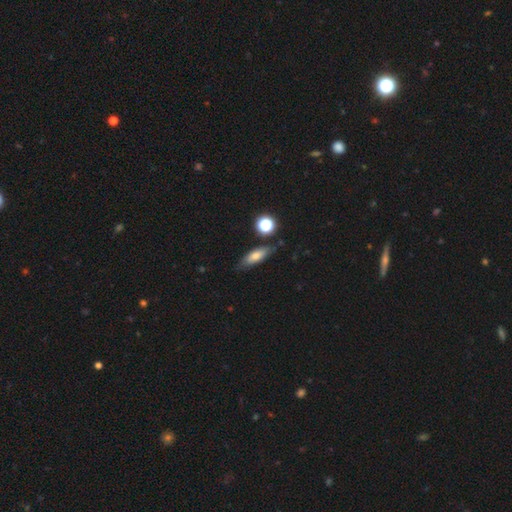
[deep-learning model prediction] Smooth or featured?
  - smooth: 69% *
  - featured or disk: 21%
  - star or artifact: 10%
How rounded?
  - in between: 59% *
  - cigar-shaped: 36%
  - round: 5%
Merging?
  - none: 73% *
  - minor disturbance: 18%
  - merger: 5%
  - major disturbance: 4%